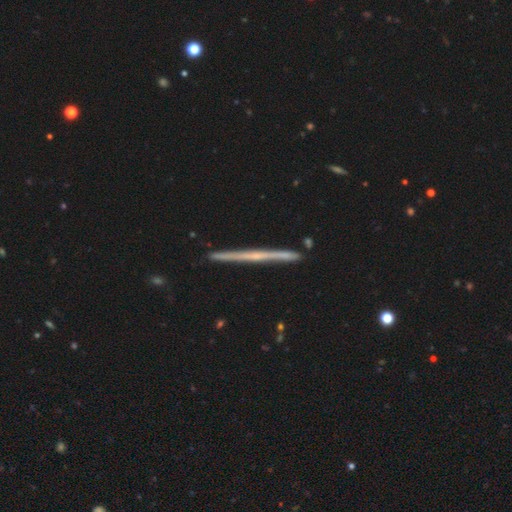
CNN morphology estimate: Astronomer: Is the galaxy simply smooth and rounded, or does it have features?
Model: featured or disk — 70%.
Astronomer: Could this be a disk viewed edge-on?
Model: yes — 98%.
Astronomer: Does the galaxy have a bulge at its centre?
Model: none — 74%.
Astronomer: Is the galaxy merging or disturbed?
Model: none — 90%.